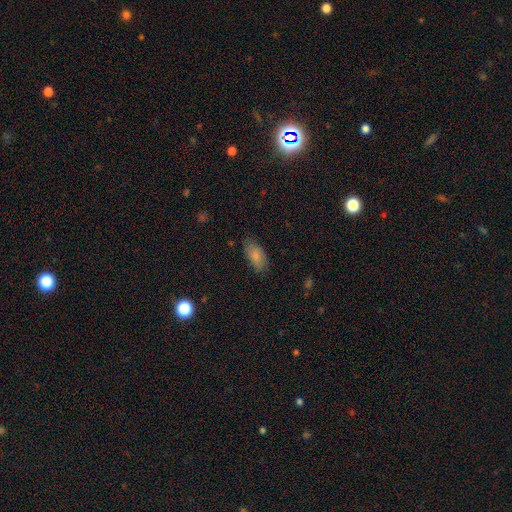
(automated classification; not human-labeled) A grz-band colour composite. It shows a smooth galaxy with no disk features (84%) that is in between round and cigar-shaped (90%). Merging: none (76%).